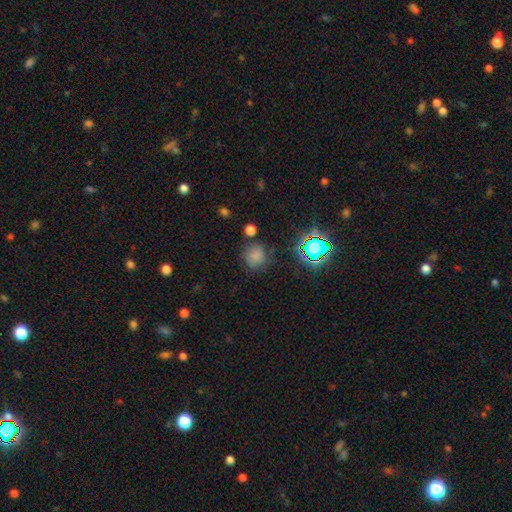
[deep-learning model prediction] Overall: smooth (70%). How rounded: round (84%). Merging: none (73%).